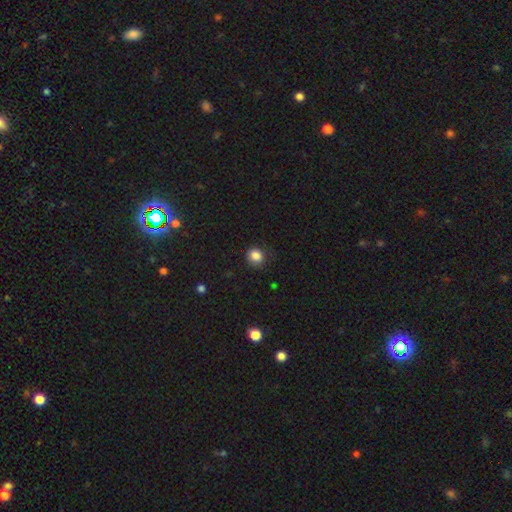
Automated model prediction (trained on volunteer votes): Smooth or featured: smooth — 85% (star or artifact — 11%)
How rounded: round — 72% (in between — 27%)
Merging: none — 78% (minor disturbance — 17%)